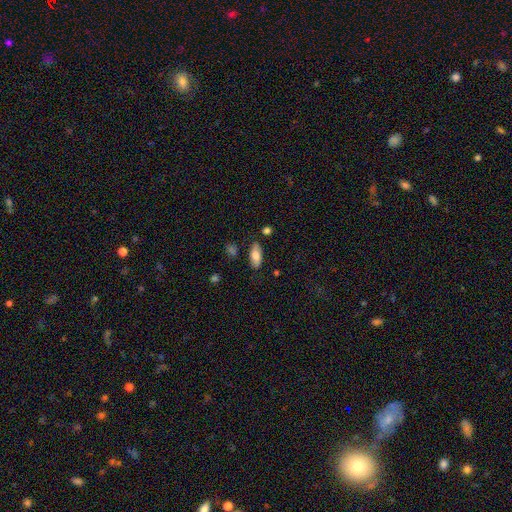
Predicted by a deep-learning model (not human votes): smooth 78%, featured or disk 15%, star or artifact 7%. Down the decision tree: how rounded — in between (83%); merging — none (79%).